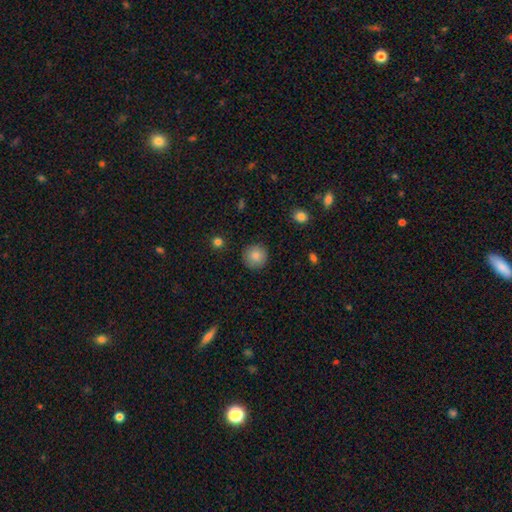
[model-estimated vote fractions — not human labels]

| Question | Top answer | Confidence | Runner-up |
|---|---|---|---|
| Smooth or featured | smooth | 86% | star or artifact (8%) |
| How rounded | round | 94% | in between (5%) |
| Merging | none | 90% | minor disturbance (7%) |